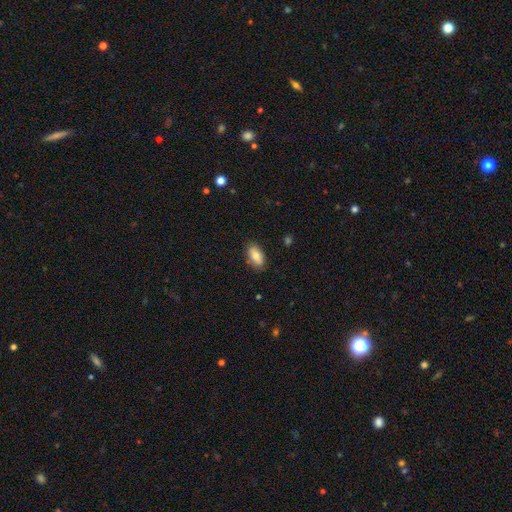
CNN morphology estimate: Q: Smooth or featured?
A: smooth (77%); runner-up: featured or disk (16%)
Q: How rounded?
A: in between (91%); runner-up: cigar-shaped (5%)
Q: Merging?
A: none (84%); runner-up: minor disturbance (12%)